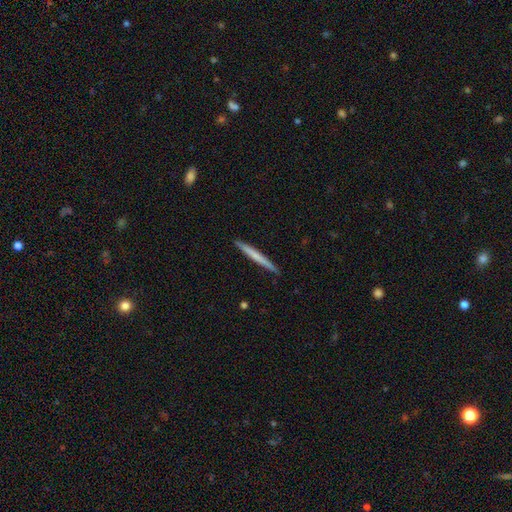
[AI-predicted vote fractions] Q: Smooth or featured?
A: smooth (56%); runner-up: featured or disk (39%)
Q: How rounded?
A: cigar-shaped (97%); runner-up: in between (2%)
Q: Merging?
A: none (92%); runner-up: minor disturbance (6%)